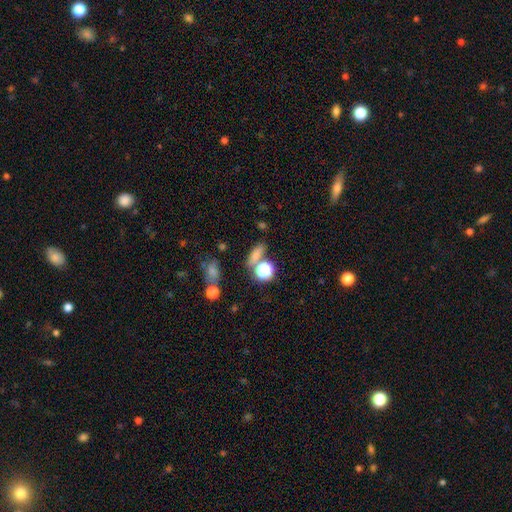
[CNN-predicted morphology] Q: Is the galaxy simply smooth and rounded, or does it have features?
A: smooth — 68%.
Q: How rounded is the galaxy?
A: in between — 44%.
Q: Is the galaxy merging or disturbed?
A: none — 69%.